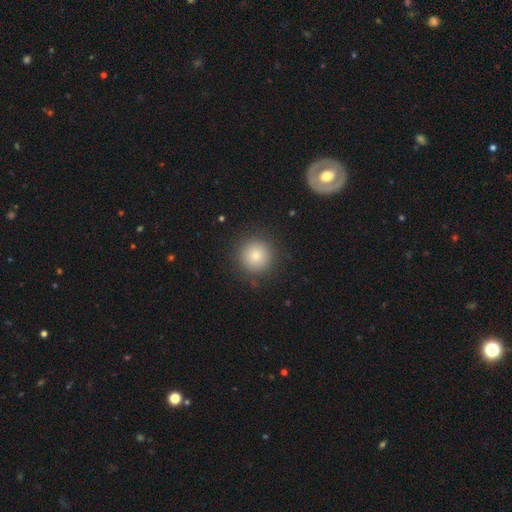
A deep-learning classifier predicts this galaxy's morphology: A smooth galaxy with no disk features (80%) that is round (96%).

Vote fractions:
- Smooth or featured? smooth: 80% / star or artifact: 11% / featured or disk: 8%
- How rounded? round: 96% / in between: 4% / cigar-shaped: 1%
- Merging? none: 89% / minor disturbance: 7% / major disturbance: 3% / merger: 1%